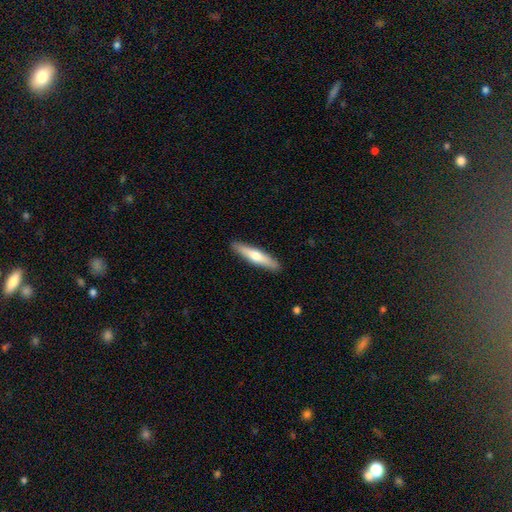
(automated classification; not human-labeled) This appears to be a smooth galaxy with no disk features (56%) that is cigar-shaped (87%). Merging: none (90%).